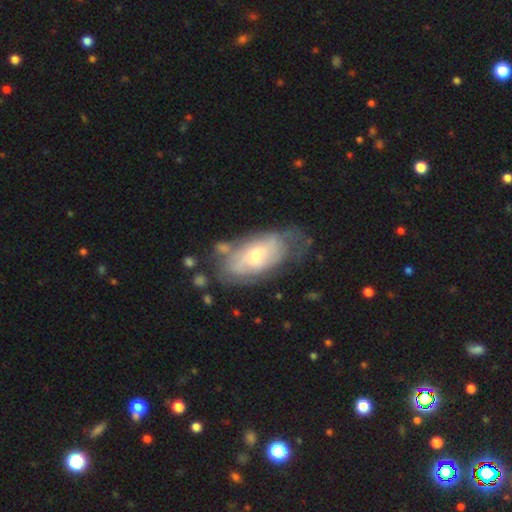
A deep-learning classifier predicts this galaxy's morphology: smooth-or-featured: featured or disk: 58% | smooth: 35% | star or artifact: 6%
  disk-edge-on: no: 90% | yes: 10%
    bar: no: 58% | weak: 34% | strong: 8%
    has-spiral-arms: yes: 62% | no: 38%
    bulge-size: moderate: 55% | small: 37% | large: 6% | none: 2% | dominant: 1%
  merging: none: 50% | minor disturbance: 28% | major disturbance: 16% | merger: 6%